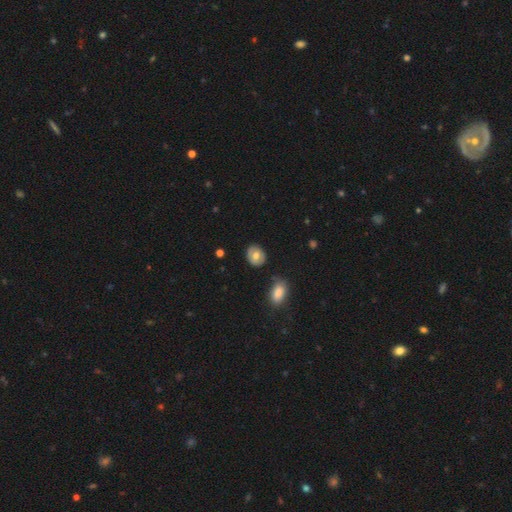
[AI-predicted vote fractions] Q: Smooth or featured?
A: smooth (64%); runner-up: featured or disk (29%)
Q: How rounded?
A: round (59%); runner-up: in between (40%)
Q: Merging?
A: none (80%); runner-up: minor disturbance (14%)